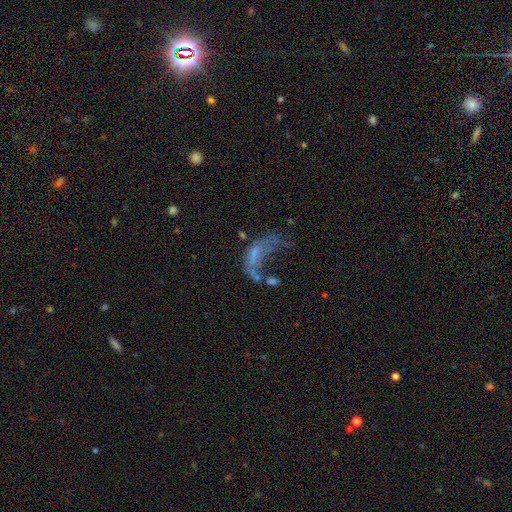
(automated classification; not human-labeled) Q: Smooth or featured?
A: featured or disk (49%); runner-up: smooth (33%)
Q: Merging?
A: major disturbance (49%); runner-up: merger (22%)